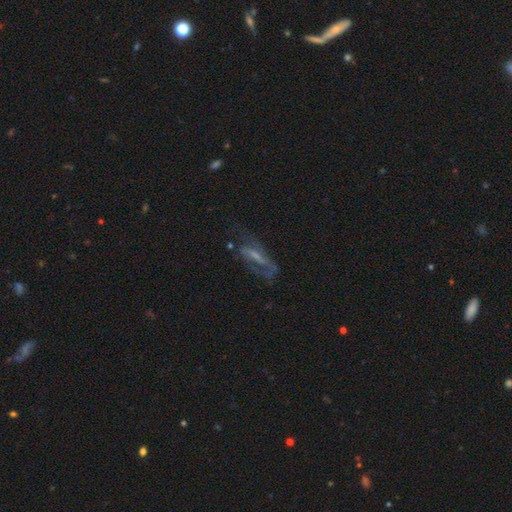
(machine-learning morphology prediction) featured or disk 63%, smooth 24%, star or artifact 13%. Down the decision tree: edge-on disk — no (73%); merging — none (48%).